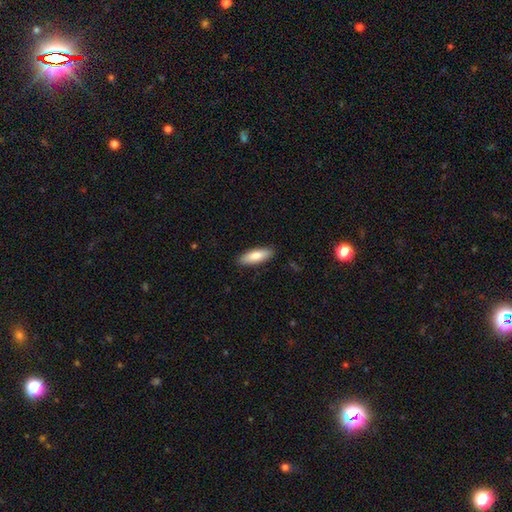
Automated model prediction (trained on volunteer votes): Smooth or featured? smooth (82%)
How rounded? in between (63%)
Merging? none (89%)